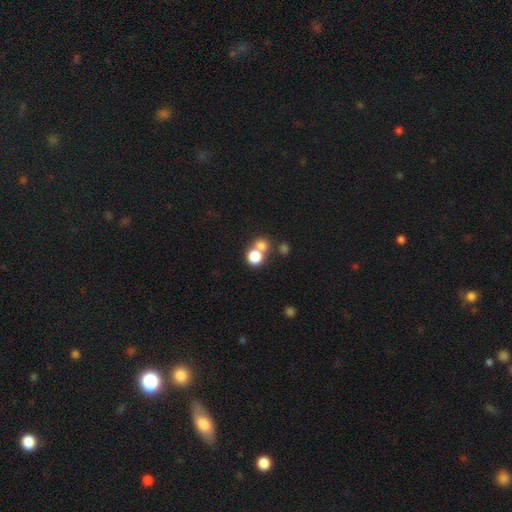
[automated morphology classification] Smooth or featured: smooth — 77% (star or artifact — 14%)
How rounded: round — 84% (in between — 15%)
Merging: none — 47% (merger — 42%)